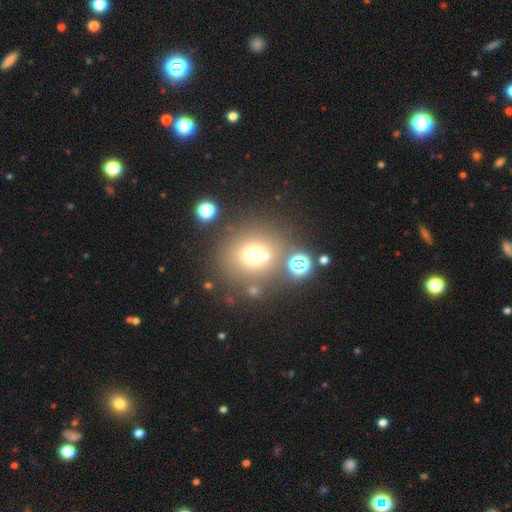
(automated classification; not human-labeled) smooth_or_featured: smooth (p=0.63) [alt: star or artifact p=0.23]
how_rounded: round (p=0.86) [alt: in between p=0.13]
merging: none (p=0.71) [alt: merger p=0.13]